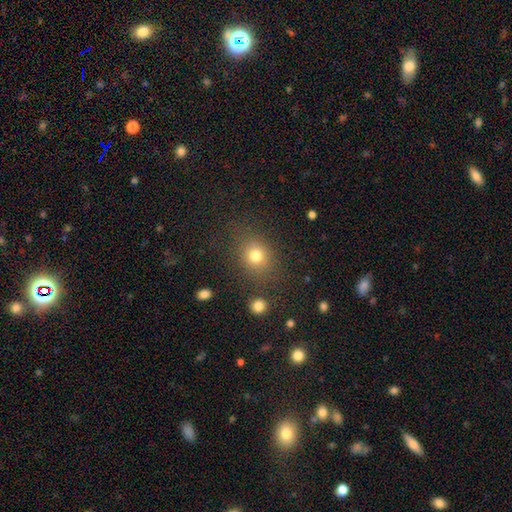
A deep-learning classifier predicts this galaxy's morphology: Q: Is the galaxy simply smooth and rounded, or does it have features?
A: smooth — 77%.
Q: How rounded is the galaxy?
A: round — 65%.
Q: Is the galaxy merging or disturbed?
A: none — 77%.